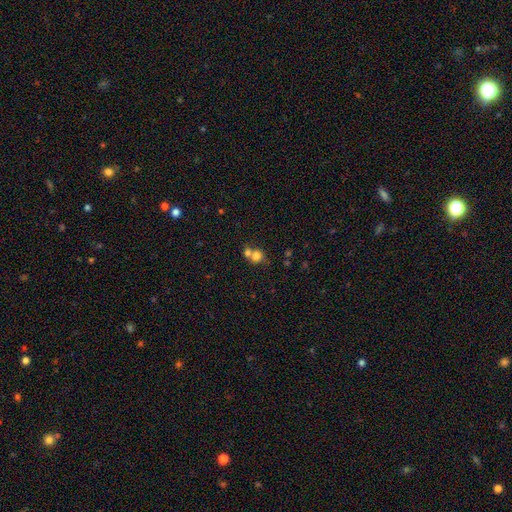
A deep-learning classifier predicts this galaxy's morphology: A smooth galaxy with no disk features (75%) that is round (76%). Merging: merger (56%).